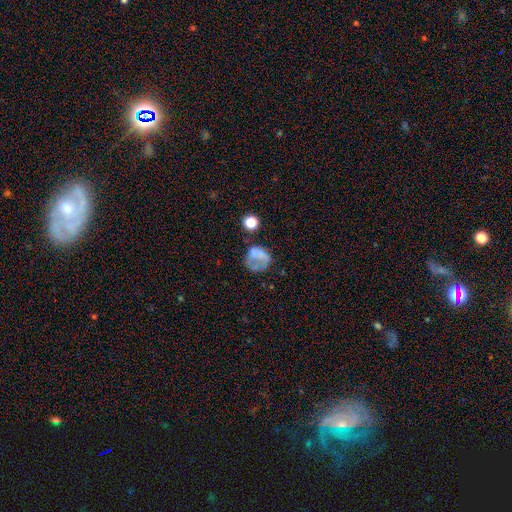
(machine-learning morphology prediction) smooth 55%, featured or disk 32%, star or artifact 13%. Down the decision tree: how rounded — round (75%); merging — none (44%).